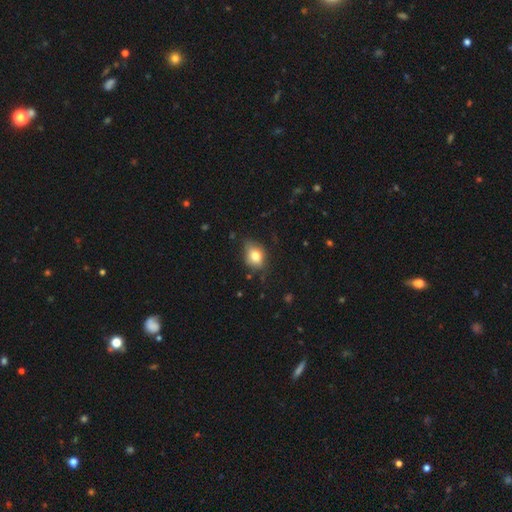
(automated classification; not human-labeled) This is likely a smooth galaxy (76%). How rounded: likely in between (67%). Merging: likely none (64%).